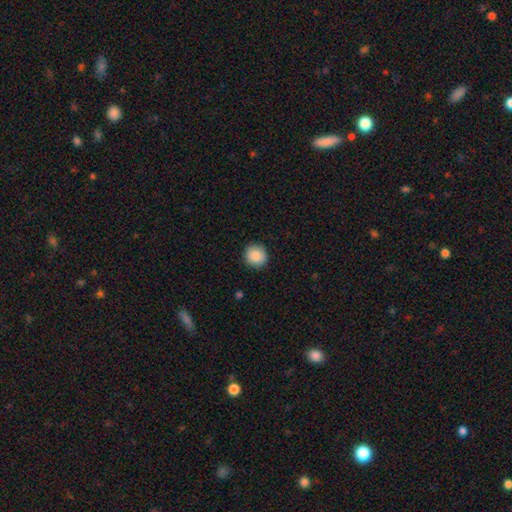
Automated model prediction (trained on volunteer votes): smooth_or_featured: smooth (p=0.88) [alt: star or artifact p=0.08]
how_rounded: round (p=0.91) [alt: in between p=0.08]
merging: none (p=0.90) [alt: minor disturbance p=0.07]